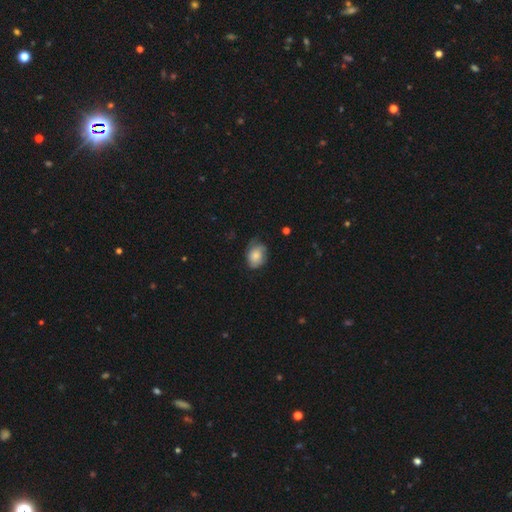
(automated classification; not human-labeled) smooth 69%, featured or disk 23%, star or artifact 8%. Down the decision tree: how rounded — in between (63%); merging — none (52%).